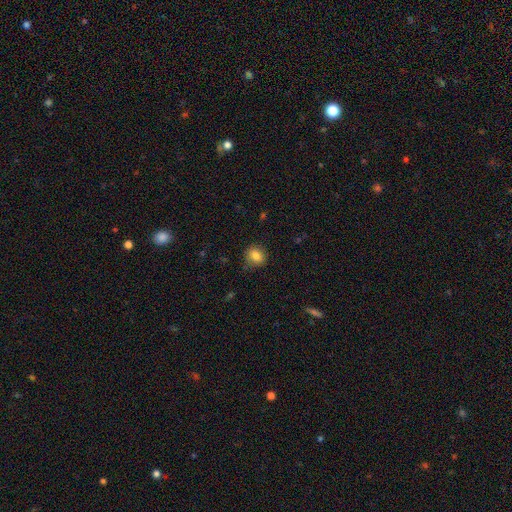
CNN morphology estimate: Q: Smooth or featured?
A: smooth (83%); runner-up: star or artifact (10%)
Q: How rounded?
A: round (70%); runner-up: in between (29%)
Q: Merging?
A: none (79%); runner-up: minor disturbance (16%)